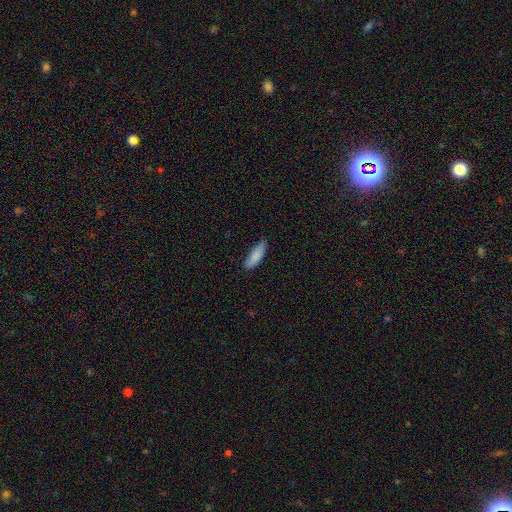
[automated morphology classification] Smooth or featured? Predicted: smooth (p=0.85). How rounded? Predicted: cigar-shaped (p=0.55). Merging? Predicted: none (p=0.79).